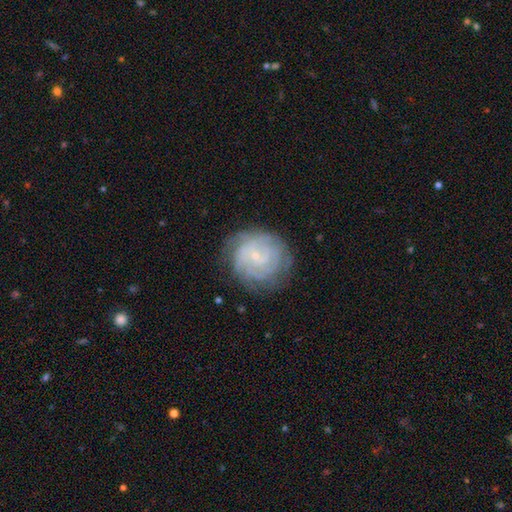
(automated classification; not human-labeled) Q: Smooth or featured?
A: featured or disk (74%); runner-up: smooth (18%)
Q: Edge-on disk?
A: no (98%); runner-up: yes (2%)
Q: Bar?
A: no (67%); runner-up: weak (27%)
Q: Spiral arms?
A: yes (92%); runner-up: no (8%)
Q: Spiral winding?
A: tight (74%); runner-up: medium (20%)
Q: Spiral arm count?
A: can't tell (43%); runner-up: 4 (15%)
Q: Bulge size?
A: small (83%); runner-up: moderate (10%)
Q: Merging?
A: none (77%); runner-up: minor disturbance (16%)